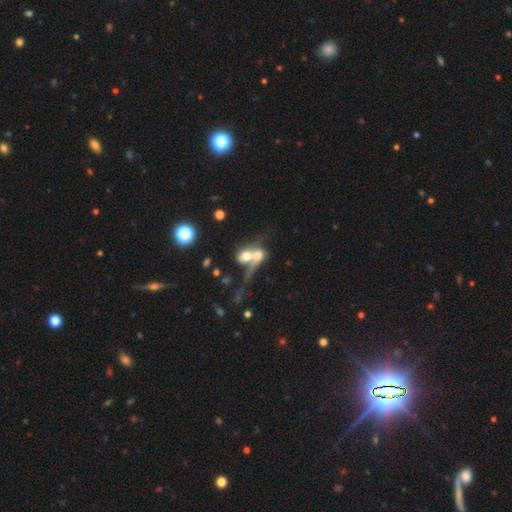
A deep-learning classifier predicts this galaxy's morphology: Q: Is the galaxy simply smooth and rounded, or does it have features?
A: smooth — 51%.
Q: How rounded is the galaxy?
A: in between — 50%.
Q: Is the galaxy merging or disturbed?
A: merger — 76%.